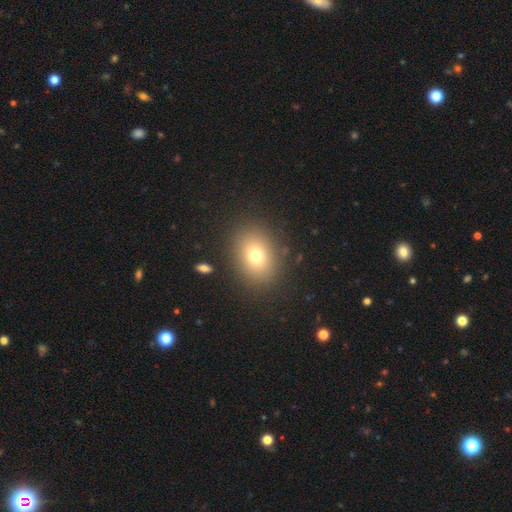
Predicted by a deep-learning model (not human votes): smooth_or_featured: smooth (p=0.74) [alt: star or artifact p=0.13]
how_rounded: in between (p=0.57) [alt: round p=0.42]
merging: none (p=0.87) [alt: minor disturbance p=0.08]